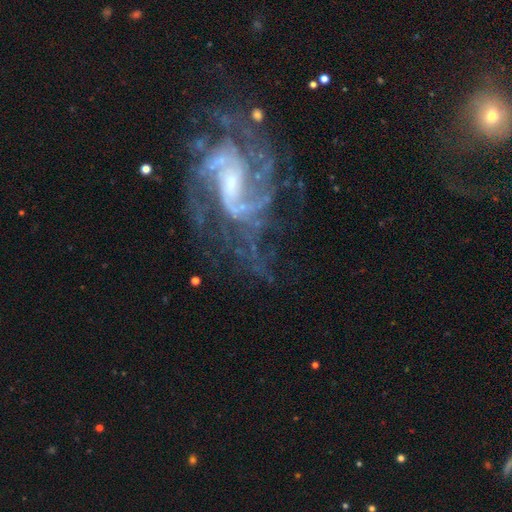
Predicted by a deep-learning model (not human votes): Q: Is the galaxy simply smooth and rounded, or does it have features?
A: featured or disk — 89%.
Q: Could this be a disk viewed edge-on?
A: no — 97%.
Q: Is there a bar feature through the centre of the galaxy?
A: weak — 50%.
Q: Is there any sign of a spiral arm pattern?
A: yes — 96%.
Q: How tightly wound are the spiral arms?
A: medium — 50%.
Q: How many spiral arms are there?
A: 2 — 44%.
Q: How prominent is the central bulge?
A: small — 54%.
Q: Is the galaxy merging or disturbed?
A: none — 54%.